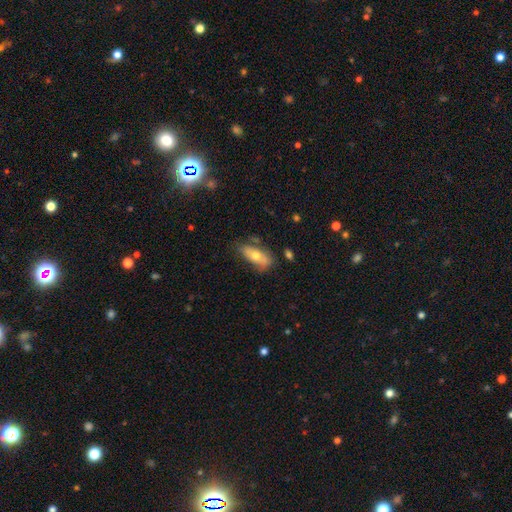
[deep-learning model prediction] The model was most divided on "smooth or featured": smooth: 61%, featured or disk: 32%, star or artifact: 7%. More confident: how rounded — in between (82%); merging — none (59%).